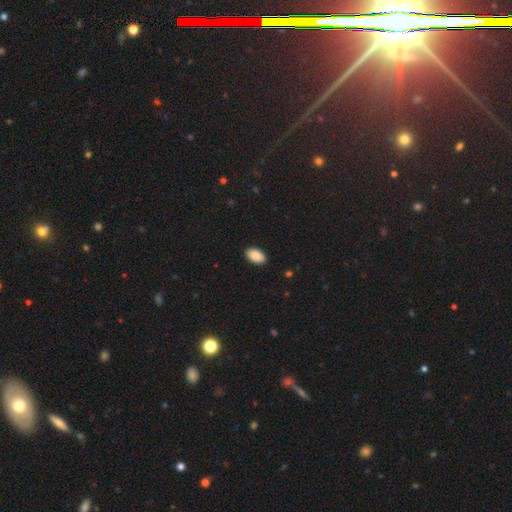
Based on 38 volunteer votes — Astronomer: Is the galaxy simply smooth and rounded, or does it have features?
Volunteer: smooth — 84%.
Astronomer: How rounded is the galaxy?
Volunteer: in between — 94%.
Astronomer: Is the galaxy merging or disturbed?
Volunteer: none — 86%.